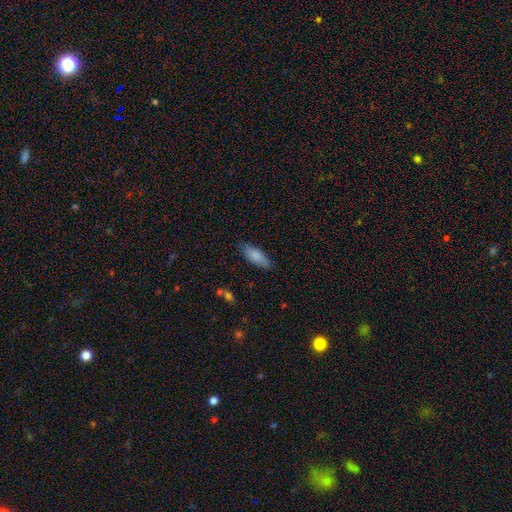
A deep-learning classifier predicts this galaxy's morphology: This is clearly a smooth galaxy (83%). How rounded: likely in between (76%). Merging: likely none (78%).